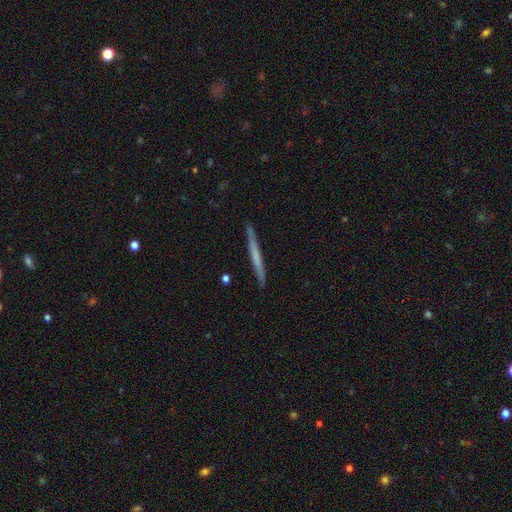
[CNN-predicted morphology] Smooth or featured? Predicted: featured or disk (p=0.47, tied with smooth). Merging? Predicted: none (p=0.91).